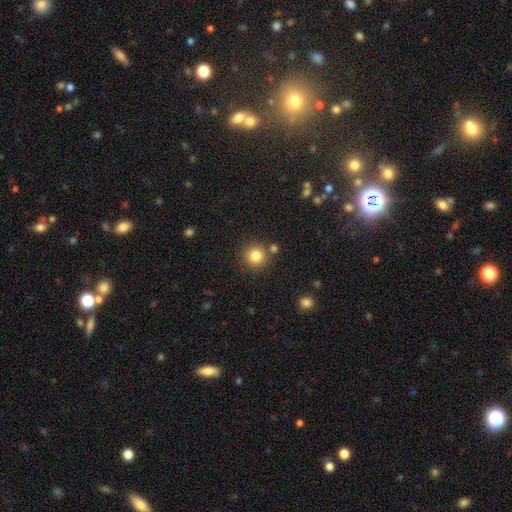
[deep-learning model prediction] Smooth or featured: smooth — 83% (star or artifact — 11%)
How rounded: round — 94% (in between — 5%)
Merging: none — 83% (minor disturbance — 7%)